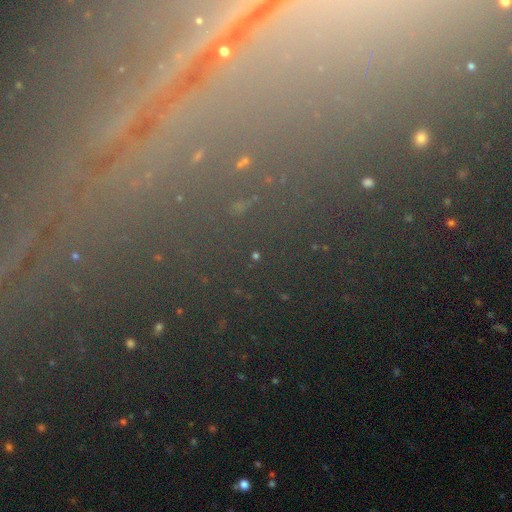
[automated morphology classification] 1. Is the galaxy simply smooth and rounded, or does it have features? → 69% star or artifact, 16% featured or disk, 15% smooth.